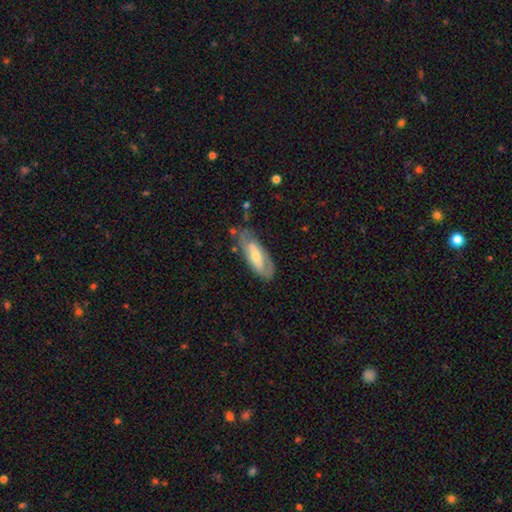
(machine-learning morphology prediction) featured or disk 56%, smooth 38%, star or artifact 6%. Down the decision tree: edge-on disk — no (80%); merging — none (66%).